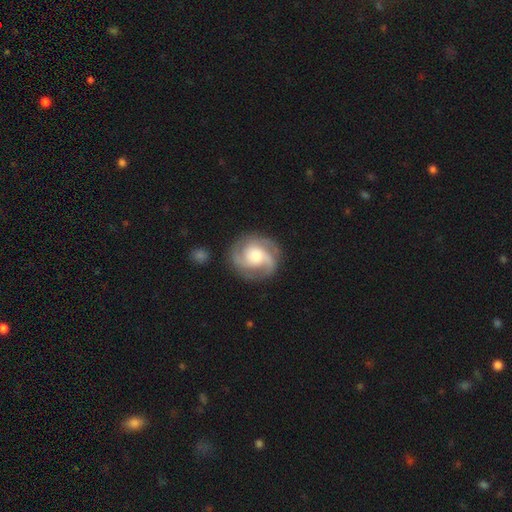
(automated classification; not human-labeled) smooth-or-featured: featured or disk: 84% | smooth: 11% | star or artifact: 5%
  disk-edge-on: no: 98% | yes: 2%
    bar: no: 66% | weak: 27% | strong: 7%
    has-spiral-arms: yes: 97% | no: 3%
      spiral-winding: medium: 46% | tight: 44% | loose: 10%
      spiral-arm-count: 3: 63% | 2: 17% | can't tell: 7% | 4: 6% | 1: 4% | more than 4: 3%
    bulge-size: moderate: 50% | large: 24% | small: 20% | none: 3% | dominant: 3%
  merging: none: 82% | minor disturbance: 12% | major disturbance: 5% | merger: 2%